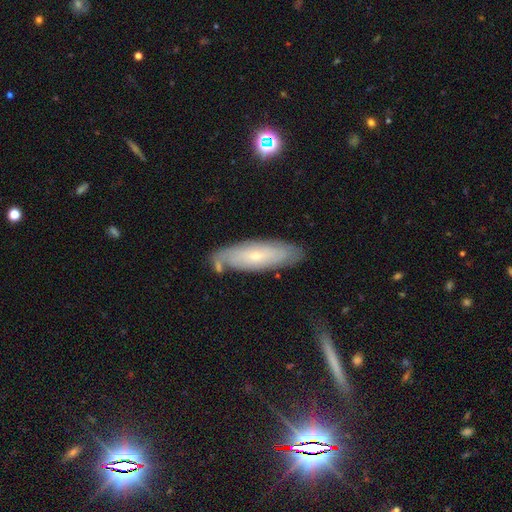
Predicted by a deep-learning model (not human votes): This is possibly a featured or disk galaxy (50%). It is likely not viewed edge-on (69%). Merging: likely none (75%).